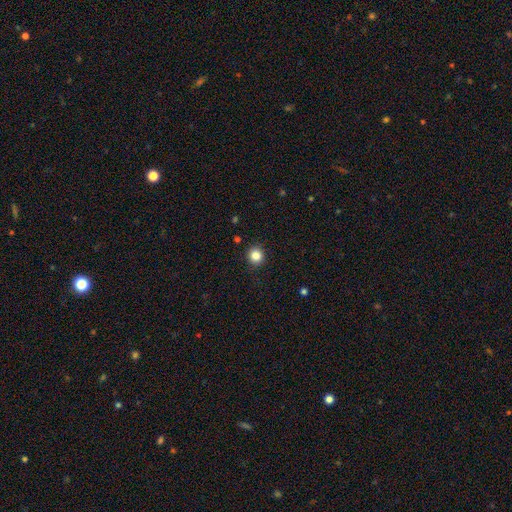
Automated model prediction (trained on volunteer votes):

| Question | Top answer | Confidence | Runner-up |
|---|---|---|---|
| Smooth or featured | smooth | 84% | star or artifact (11%) |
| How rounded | round | 90% | in between (9%) |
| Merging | none | 91% | minor disturbance (6%) |